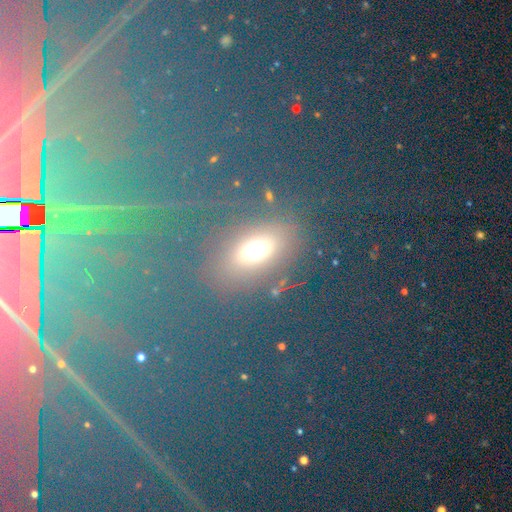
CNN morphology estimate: smooth_or_featured: smooth (p=0.49) [alt: star or artifact p=0.39]
merging: none (p=0.85) [alt: minor disturbance p=0.08]